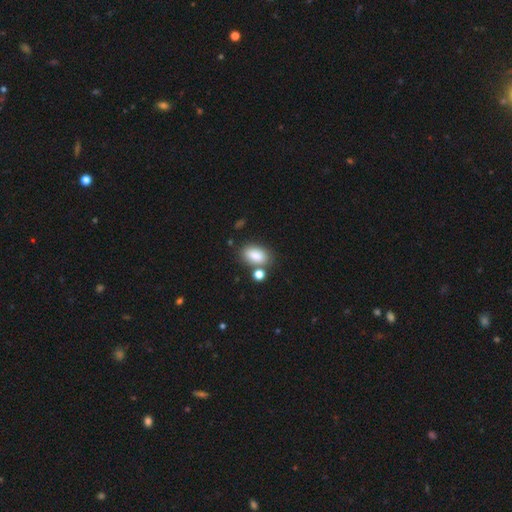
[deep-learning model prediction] smooth_or_featured: smooth (p=0.85) [alt: star or artifact p=0.08]
how_rounded: in between (p=0.90) [alt: round p=0.08]
merging: none (p=0.68) [alt: merger p=0.15]